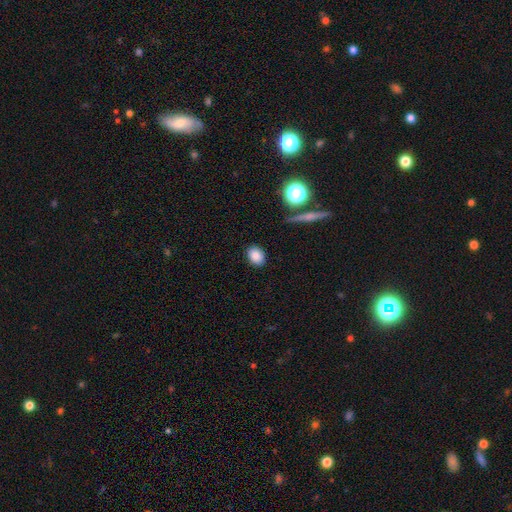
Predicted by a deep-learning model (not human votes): A smooth galaxy with no disk features (86%) that is in between round and cigar-shaped (59%).

Vote fractions:
- Smooth or featured? smooth: 86% / star or artifact: 9% / featured or disk: 4%
- How rounded? in between: 59% / round: 39% / cigar-shaped: 1%
- Merging? none: 88% / minor disturbance: 8% / major disturbance: 2% / merger: 2%